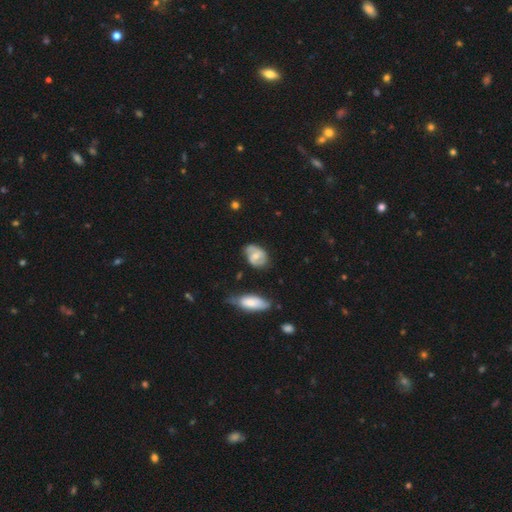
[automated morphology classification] featured or disk 54%, smooth 40%, star or artifact 6%. Down the decision tree: edge-on disk — no (95%); bar — no (45%); spiral arms — yes (75%); bulge size — moderate (51%); merging — none (63%).